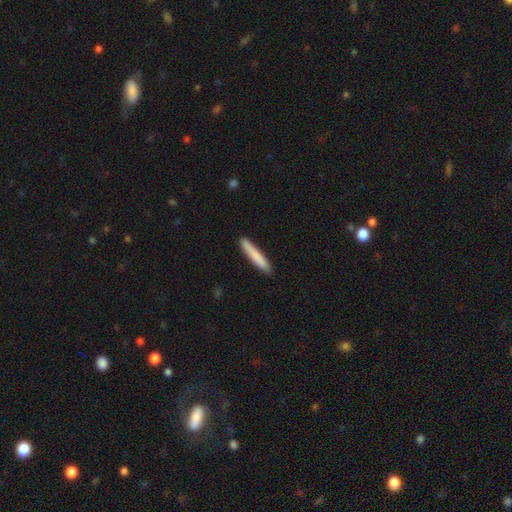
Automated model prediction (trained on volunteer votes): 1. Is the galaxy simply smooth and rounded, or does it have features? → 81% smooth, 13% featured or disk, 6% star or artifact.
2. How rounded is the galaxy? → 94% cigar-shaped, 5% in between, 1% round.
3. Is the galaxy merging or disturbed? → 88% none, 9% minor disturbance, 2% major disturbance, 1% merger.